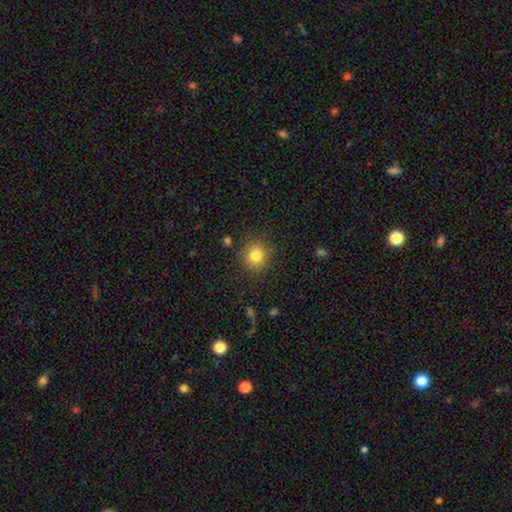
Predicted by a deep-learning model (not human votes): A smooth galaxy with no disk features (82%) that is round (88%).

Vote fractions:
- Smooth or featured? smooth: 82% / star or artifact: 12% / featured or disk: 7%
- How rounded? round: 88% / in between: 11% / cigar-shaped: 1%
- Merging? none: 87% / minor disturbance: 8% / major disturbance: 3% / merger: 2%